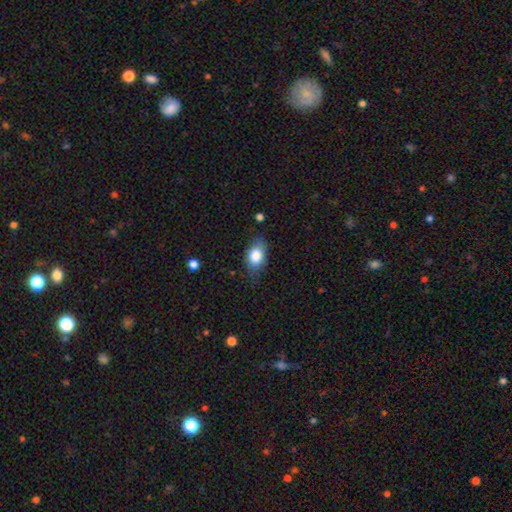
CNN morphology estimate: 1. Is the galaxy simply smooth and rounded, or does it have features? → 80% smooth, 12% featured or disk, 8% star or artifact.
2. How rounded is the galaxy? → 82% in between, 15% round, 3% cigar-shaped.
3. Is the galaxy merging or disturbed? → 65% none, 26% minor disturbance, 7% major disturbance, 2% merger.